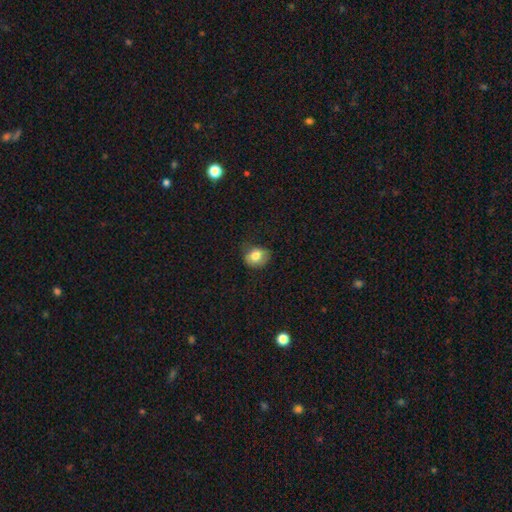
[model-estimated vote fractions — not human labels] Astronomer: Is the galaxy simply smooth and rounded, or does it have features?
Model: smooth — 80%.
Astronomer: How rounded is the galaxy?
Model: in between — 51% (runner-up: round, 48%).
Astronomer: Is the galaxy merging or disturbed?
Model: none — 64%.